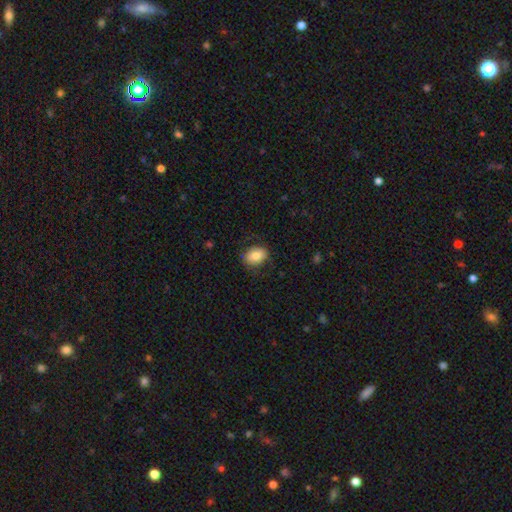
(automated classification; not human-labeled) A smooth galaxy with no disk features (80%) that is in between round and cigar-shaped (62%). Merging: none (81%).